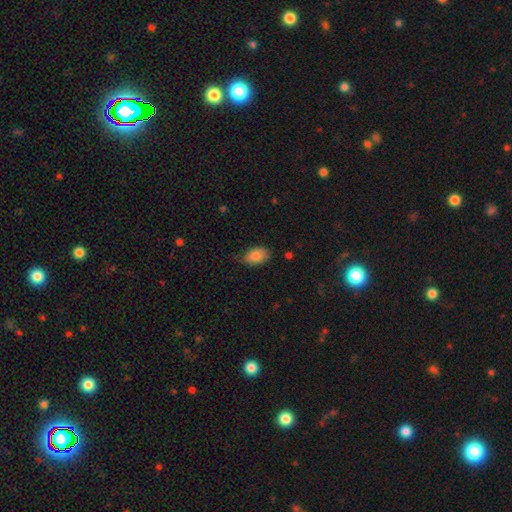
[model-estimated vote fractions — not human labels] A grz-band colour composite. It shows a smooth galaxy with no disk features (84%) that is in between round and cigar-shaped (90%). Merging: none (70%).